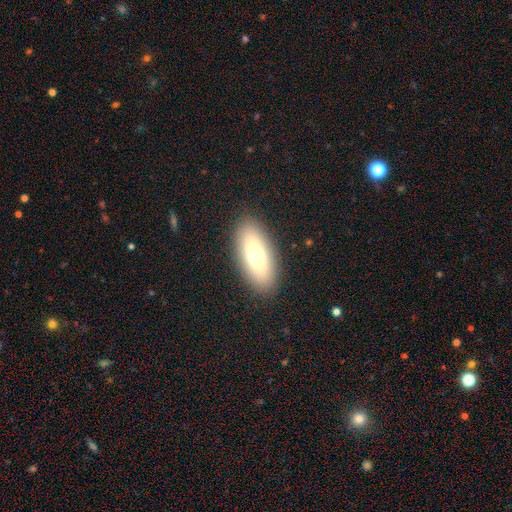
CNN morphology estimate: Smooth or featured?
  - smooth: 70% *
  - featured or disk: 21%
  - star or artifact: 8%
How rounded?
  - in between: 82% *
  - cigar-shaped: 14%
  - round: 4%
Merging?
  - none: 88% *
  - minor disturbance: 8%
  - major disturbance: 3%
  - merger: 1%